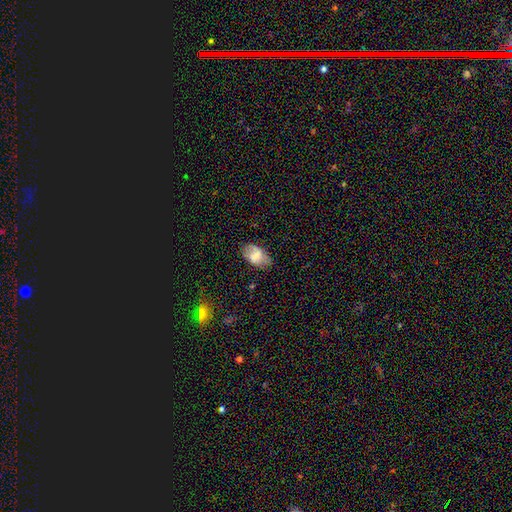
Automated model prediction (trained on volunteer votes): Q: Smooth or featured?
A: smooth (55%); runner-up: featured or disk (36%)
Q: How rounded?
A: in between (90%); runner-up: round (8%)
Q: Merging?
A: none (72%); runner-up: minor disturbance (21%)